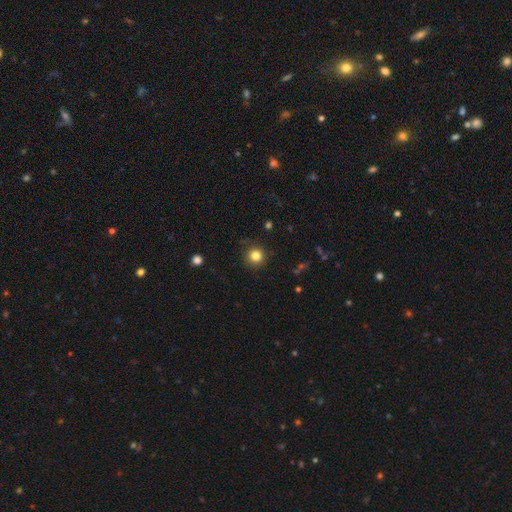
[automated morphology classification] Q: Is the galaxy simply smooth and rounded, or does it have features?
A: smooth — 83%.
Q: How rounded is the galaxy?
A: round — 94%.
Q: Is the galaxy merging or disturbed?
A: none — 88%.